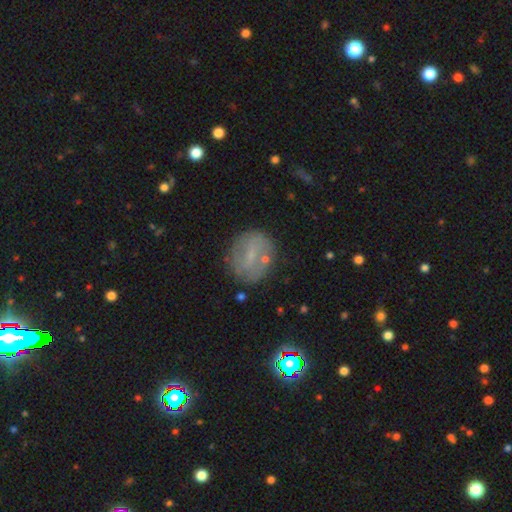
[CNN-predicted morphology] This appears to be a smooth galaxy with no disk features (43%). Merging: none (77%).